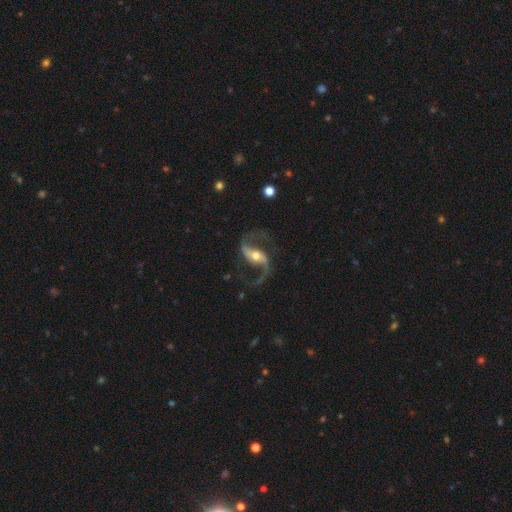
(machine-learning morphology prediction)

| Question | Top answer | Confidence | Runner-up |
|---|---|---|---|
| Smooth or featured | featured or disk | 92% | star or artifact (4%) |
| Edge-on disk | no | 97% | yes (3%) |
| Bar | strong | 43% | weak (32%) |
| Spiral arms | yes | 98% | no (2%) |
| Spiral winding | loose | 68% | medium (27%) |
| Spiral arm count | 2 | 94% | 1 (2%) |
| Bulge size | moderate | 69% | small (21%) |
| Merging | none | 79% | minor disturbance (11%) |